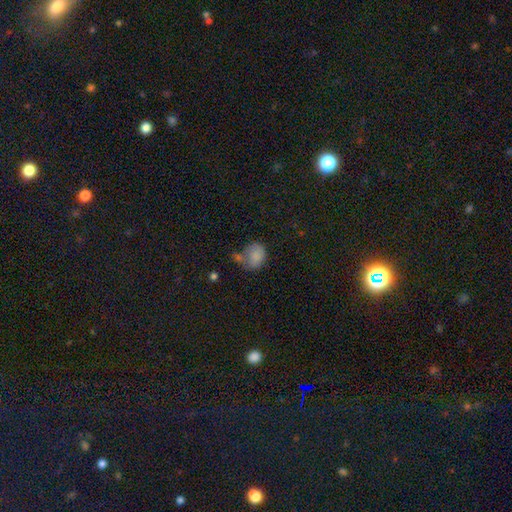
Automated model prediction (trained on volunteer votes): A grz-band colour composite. It shows a smooth galaxy with no disk features (82%) that is round (53%). Merging: none (45%).